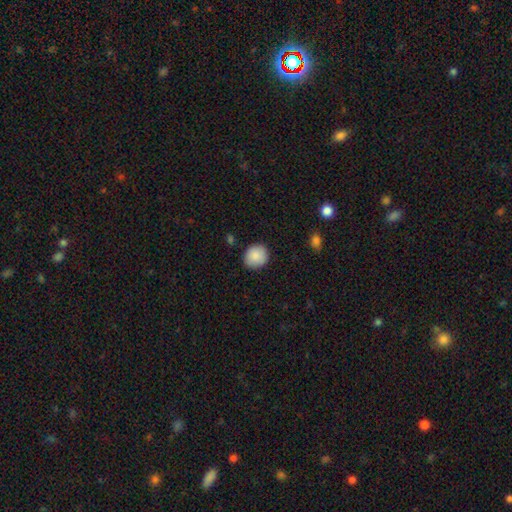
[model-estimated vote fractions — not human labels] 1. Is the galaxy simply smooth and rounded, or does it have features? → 89% smooth, 7% star or artifact, 4% featured or disk.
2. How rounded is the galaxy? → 84% round, 15% in between, 1% cigar-shaped.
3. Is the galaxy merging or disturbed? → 86% none, 10% minor disturbance, 2% major disturbance, 1% merger.